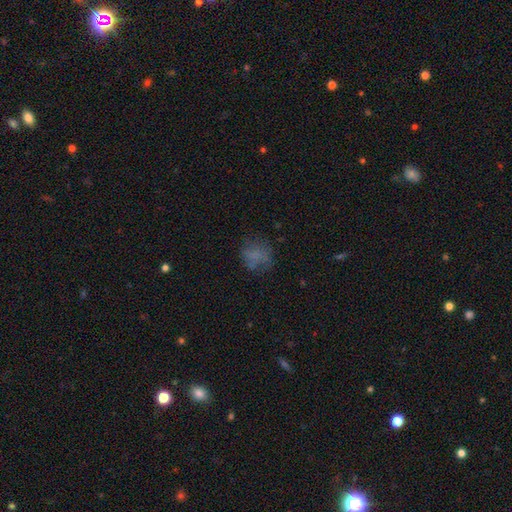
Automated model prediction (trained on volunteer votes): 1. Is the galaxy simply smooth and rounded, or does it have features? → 64% smooth, 20% featured or disk, 16% star or artifact.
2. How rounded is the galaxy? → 68% round, 31% in between, 1% cigar-shaped.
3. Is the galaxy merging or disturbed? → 59% none, 22% minor disturbance, 17% major disturbance, 2% merger.